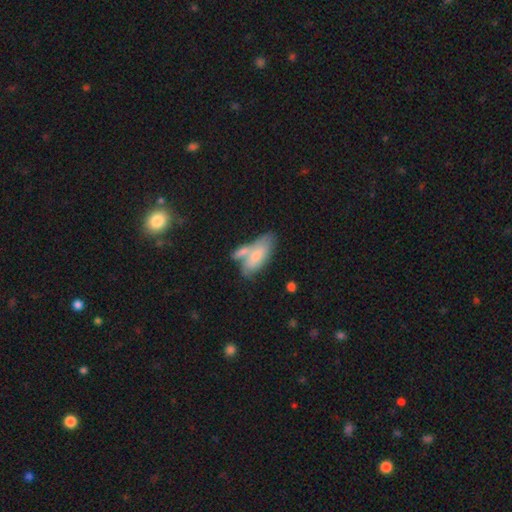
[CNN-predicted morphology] Smooth or featured: smooth — 65% (featured or disk — 29%)
How rounded: in between — 80% (cigar-shaped — 18%)
Merging: merger — 41% (none — 37%)